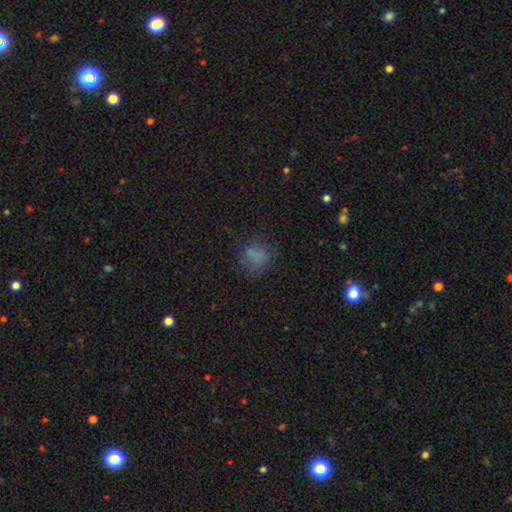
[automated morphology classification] The model was most divided on "how rounded": round: 69%, in between: 30%, cigar-shaped: 1%. More confident: smooth or featured — smooth (70%); merging — none (65%).